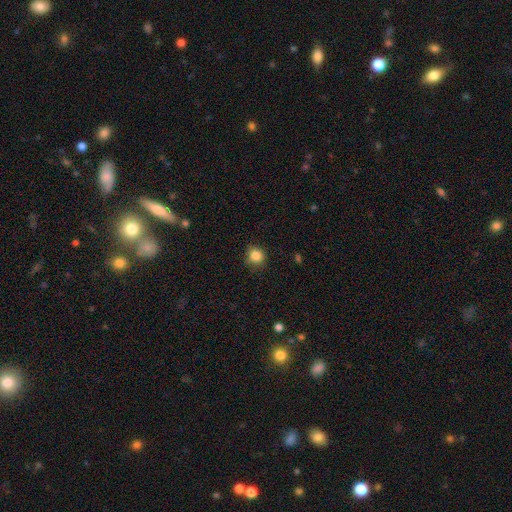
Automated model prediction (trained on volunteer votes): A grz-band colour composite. It shows a smooth galaxy with no disk features (85%) that is round (84%). Merging: none (80%).